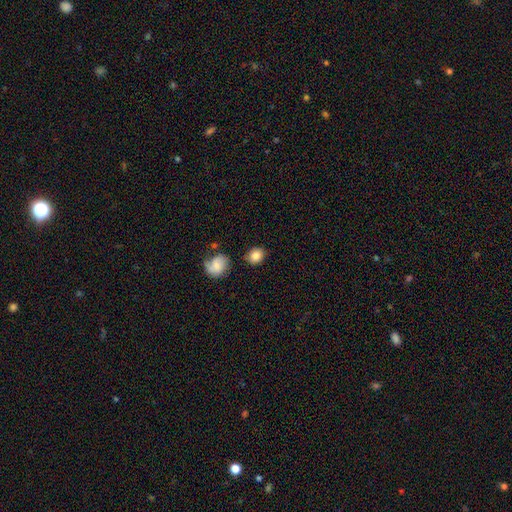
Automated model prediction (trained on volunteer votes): A smooth galaxy with no disk features (85%) that is round (62%). Merging: none (78%).